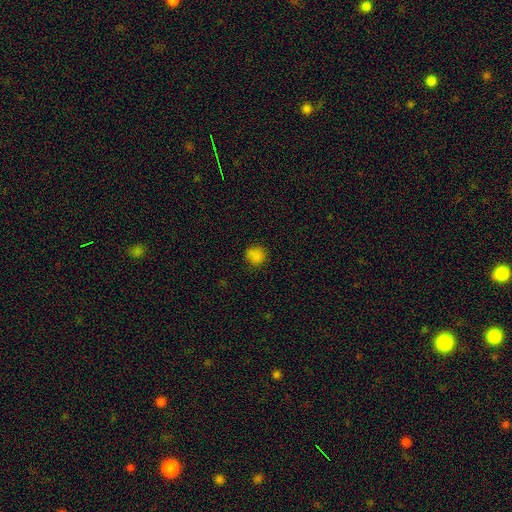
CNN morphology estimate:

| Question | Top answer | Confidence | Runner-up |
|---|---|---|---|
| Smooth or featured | smooth | 81% | star or artifact (15%) |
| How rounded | round | 87% | in between (12%) |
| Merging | none | 85% | minor disturbance (11%) |